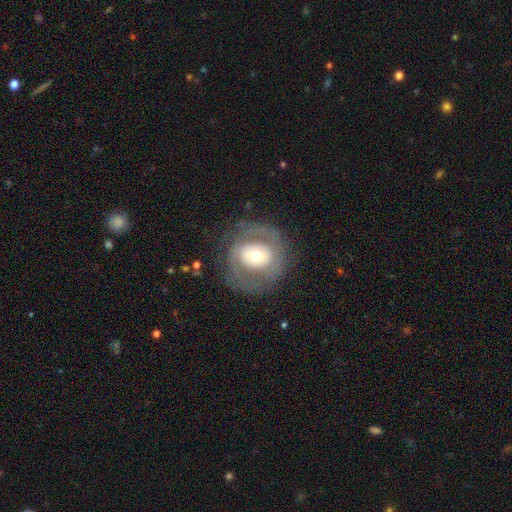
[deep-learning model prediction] featured or disk 65%, smooth 28%, star or artifact 7%. Down the decision tree: edge-on disk — no (96%); bar — no (59%); spiral arms — yes (59%); bulge size — moderate (59%); merging — none (74%).